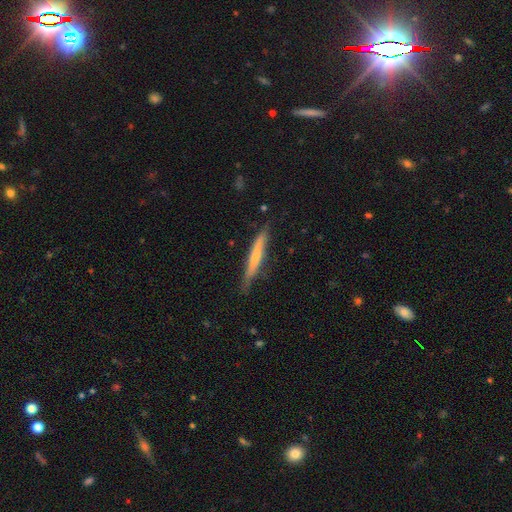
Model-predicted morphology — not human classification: Q: Smooth or featured?
A: smooth (56%); runner-up: featured or disk (38%)
Q: How rounded?
A: cigar-shaped (95%); runner-up: in between (4%)
Q: Merging?
A: none (77%); runner-up: minor disturbance (18%)